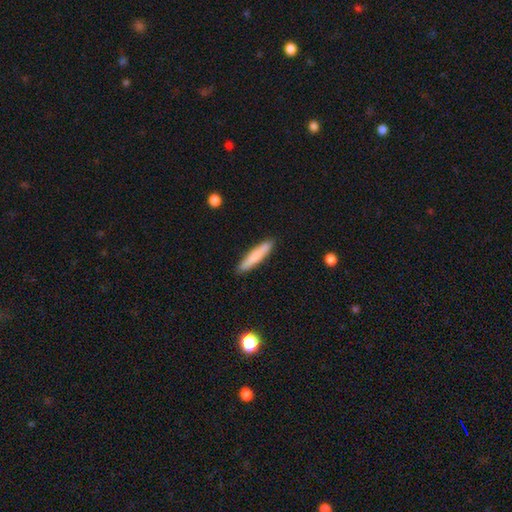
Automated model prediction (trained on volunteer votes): Smooth or featured: smooth — 78% (featured or disk — 16%)
How rounded: cigar-shaped — 90% (in between — 9%)
Merging: none — 89% (minor disturbance — 8%)